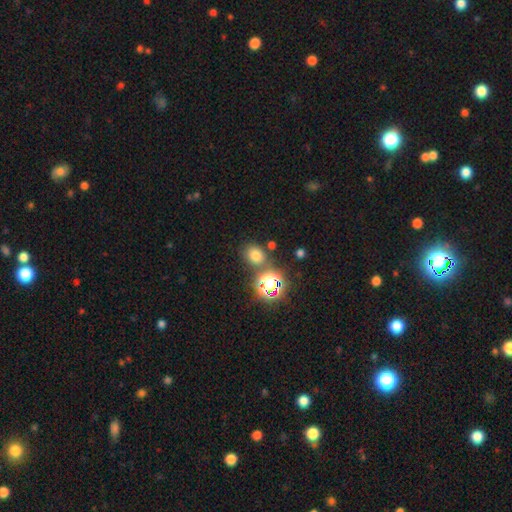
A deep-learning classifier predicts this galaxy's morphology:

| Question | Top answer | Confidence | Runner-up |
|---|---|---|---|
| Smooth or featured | smooth | 67% | star or artifact (27%) |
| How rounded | round | 58% | in between (41%) |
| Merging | none | 74% | merger (12%) |